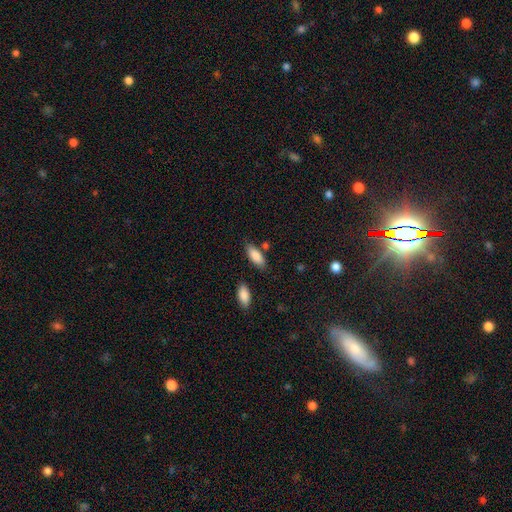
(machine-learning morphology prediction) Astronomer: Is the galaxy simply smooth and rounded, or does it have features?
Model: smooth — 86%.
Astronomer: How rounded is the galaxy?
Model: in between — 80%.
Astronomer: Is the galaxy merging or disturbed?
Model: none — 77%.